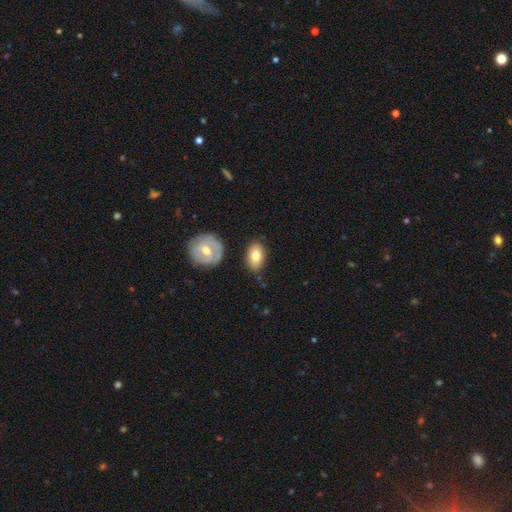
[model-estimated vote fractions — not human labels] Q: Smooth or featured?
A: smooth (76%); runner-up: featured or disk (18%)
Q: How rounded?
A: in between (87%); runner-up: round (11%)
Q: Merging?
A: none (77%); runner-up: minor disturbance (15%)